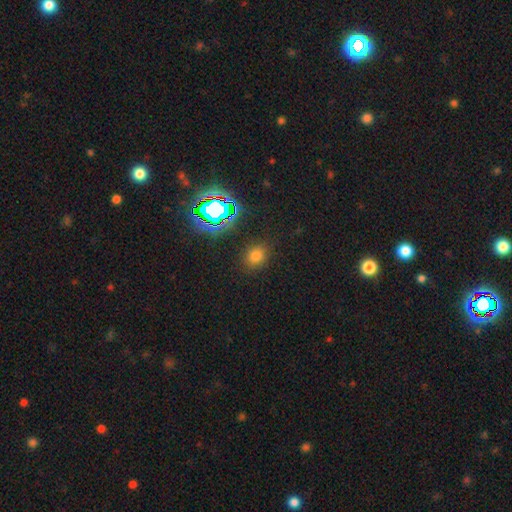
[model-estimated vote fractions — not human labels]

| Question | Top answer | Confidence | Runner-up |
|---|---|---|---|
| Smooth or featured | smooth | 69% | star or artifact (24%) |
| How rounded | round | 56% | in between (43%) |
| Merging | none | 85% | minor disturbance (10%) |